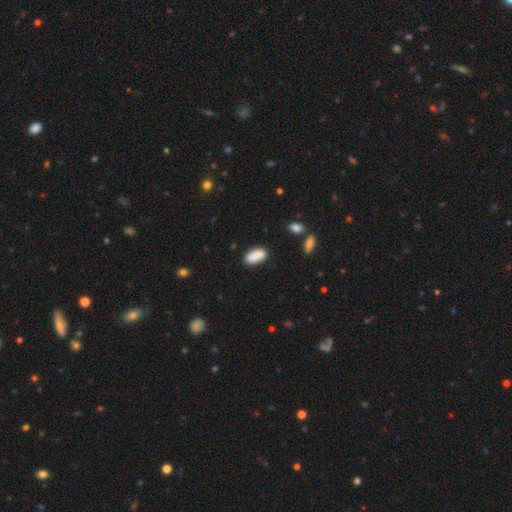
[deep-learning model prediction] Smooth or featured?
  - smooth: 85% *
  - featured or disk: 8%
  - star or artifact: 7%
How rounded?
  - in between: 90% *
  - cigar-shaped: 8%
  - round: 3%
Merging?
  - none: 80% *
  - minor disturbance: 14%
  - merger: 3%
  - major disturbance: 3%